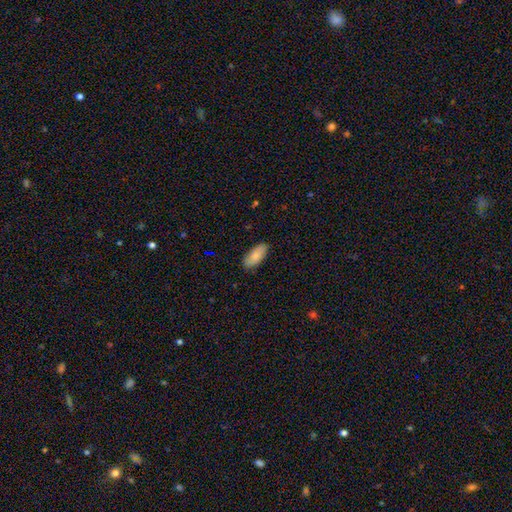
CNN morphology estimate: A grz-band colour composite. It shows a smooth galaxy with no disk features (81%) that is in between round and cigar-shaped (87%). Merging: none (84%).